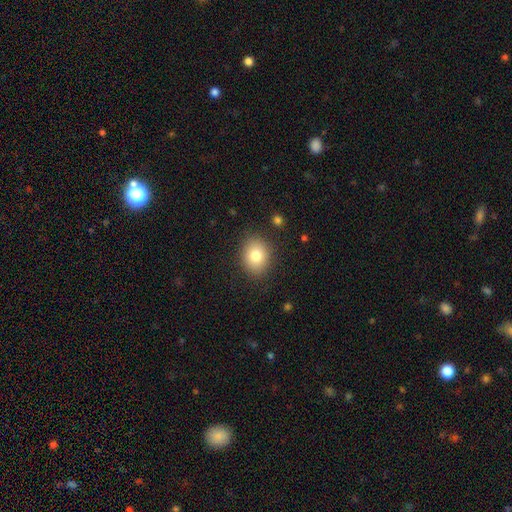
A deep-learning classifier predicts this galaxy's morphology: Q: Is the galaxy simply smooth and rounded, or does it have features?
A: smooth — 81%.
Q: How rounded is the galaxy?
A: in between — 51%.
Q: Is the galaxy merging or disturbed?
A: none — 87%.